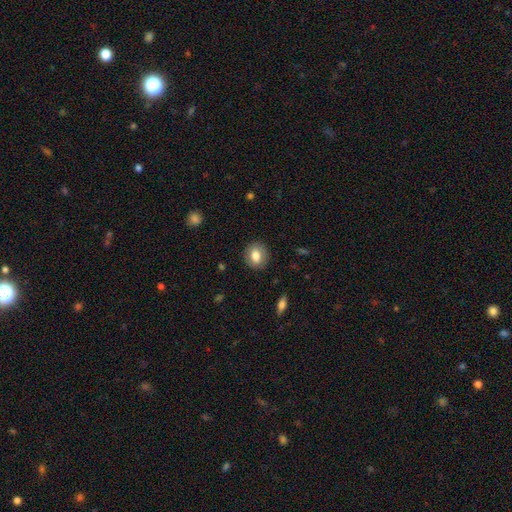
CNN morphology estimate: Overall: smooth (79%). How rounded: round (63%; in between 36%). Merging: none (87%).